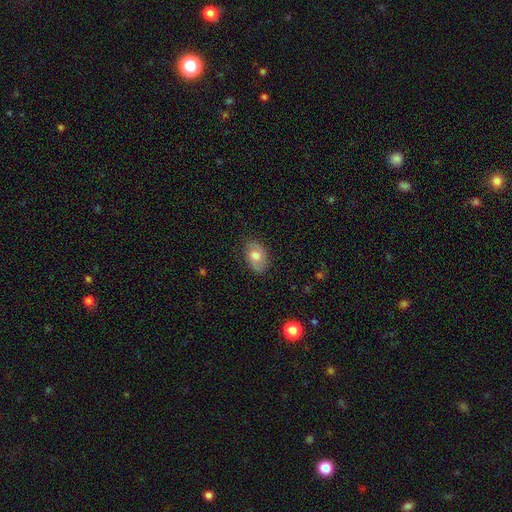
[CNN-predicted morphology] The model was most divided on "smooth or featured": smooth: 61%, featured or disk: 31%, star or artifact: 8%. More confident: how rounded — in between (85%); merging — none (80%).